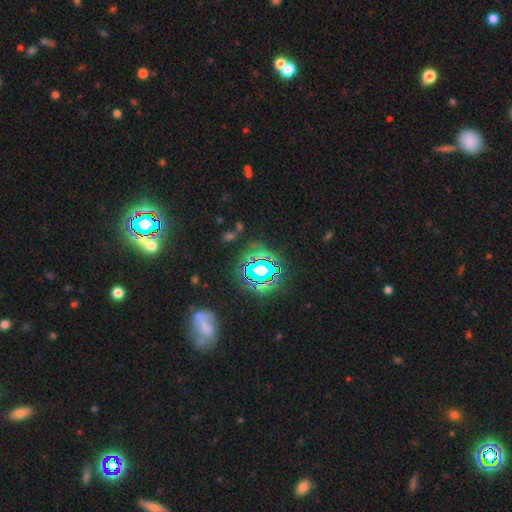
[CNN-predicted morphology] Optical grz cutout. It shows a star or artifact, not a galaxy (78%).